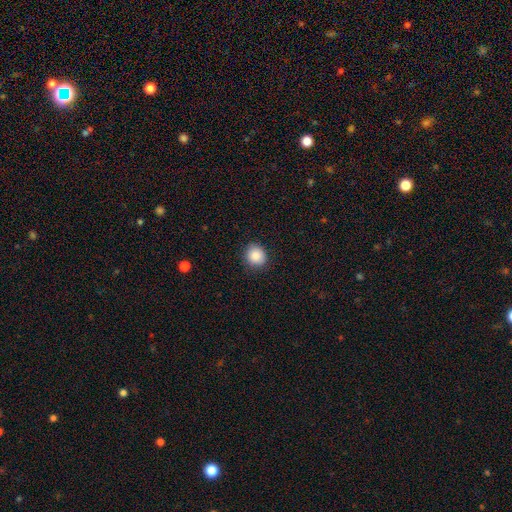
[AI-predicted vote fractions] Morphology: type=smooth (86%); roundness=round (82%); merging=none (87%).